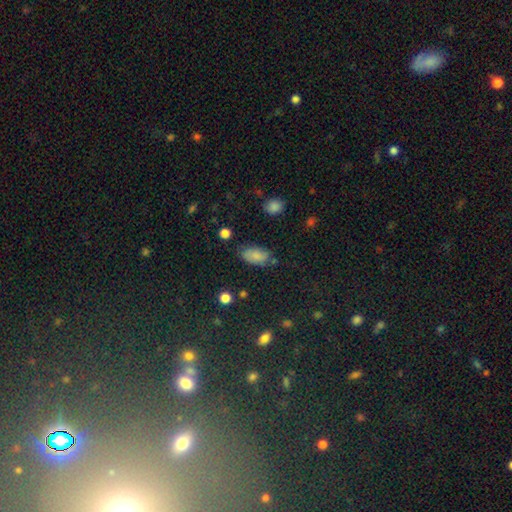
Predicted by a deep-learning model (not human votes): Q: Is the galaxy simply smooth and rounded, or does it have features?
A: smooth — 79%.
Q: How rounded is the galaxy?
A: in between — 93%.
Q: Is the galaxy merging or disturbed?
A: none — 72%.